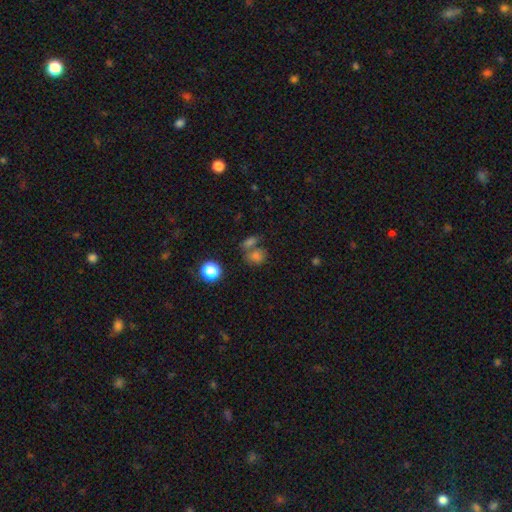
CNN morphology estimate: This is likely a smooth galaxy (72%). How rounded: likely round (64%). Merging: marginally none (45%).